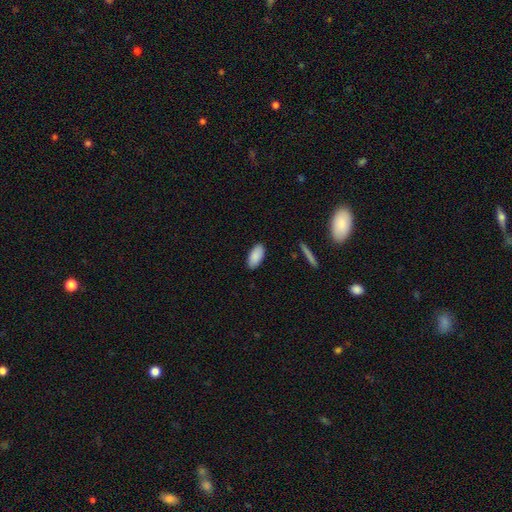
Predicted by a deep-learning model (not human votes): A smooth galaxy with no disk features (89%) that is in between round and cigar-shaped (92%).

Vote fractions:
- Smooth or featured? smooth: 89% / star or artifact: 6% / featured or disk: 5%
- How rounded? in between: 92% / cigar-shaped: 6% / round: 2%
- Merging? none: 88% / minor disturbance: 9% / major disturbance: 2% / merger: 1%